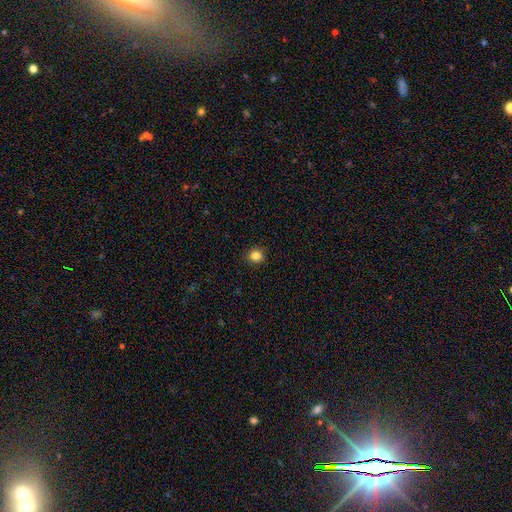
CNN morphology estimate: Smooth or featured?
  - smooth: 84% *
  - star or artifact: 12%
  - featured or disk: 4%
How rounded?
  - round: 89% *
  - in between: 10%
  - cigar-shaped: 1%
Merging?
  - none: 92% *
  - minor disturbance: 6%
  - major disturbance: 2%
  - merger: 1%